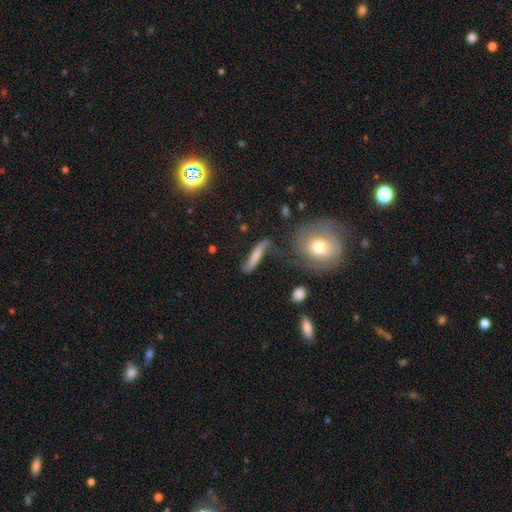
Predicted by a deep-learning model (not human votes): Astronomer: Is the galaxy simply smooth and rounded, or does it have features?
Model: smooth — 56% (runner-up: featured or disk, 35%).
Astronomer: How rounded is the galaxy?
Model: cigar-shaped — 81%.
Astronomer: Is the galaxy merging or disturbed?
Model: none — 57%.